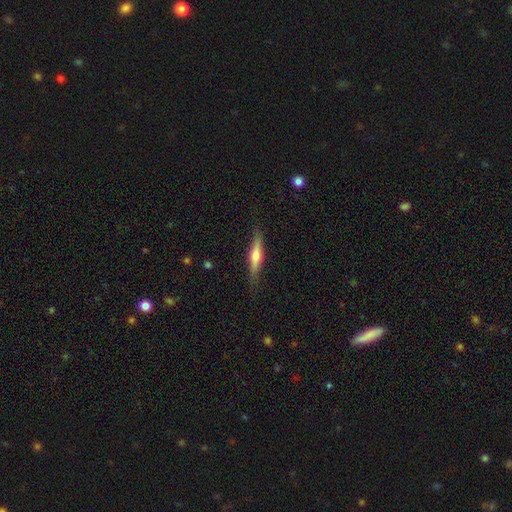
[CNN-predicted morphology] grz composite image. It shows a featured or disk galaxy (49%). Merging: none (85%).